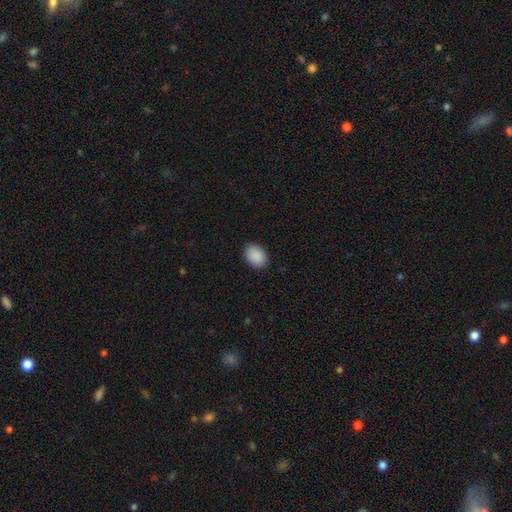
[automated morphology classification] smooth-or-featured: smooth: 91% | star or artifact: 7% | featured or disk: 3%
  how-rounded: in between: 77% | round: 22% | cigar-shaped: 1%
  merging: none: 89% | minor disturbance: 8% | major disturbance: 2% | merger: 1%